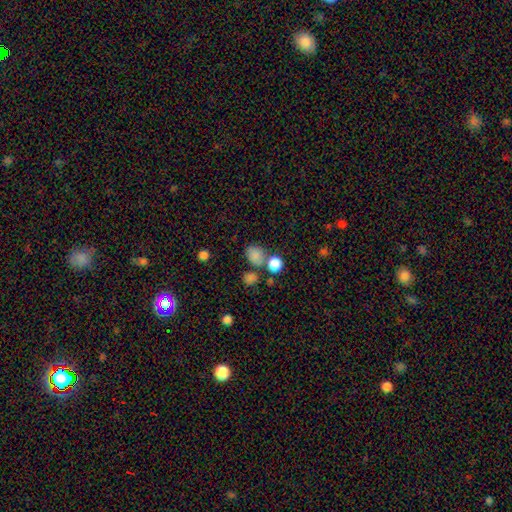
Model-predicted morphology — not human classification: This appears to be a smooth galaxy with no disk features (81%) that is round (54%). Merging: none (57%).